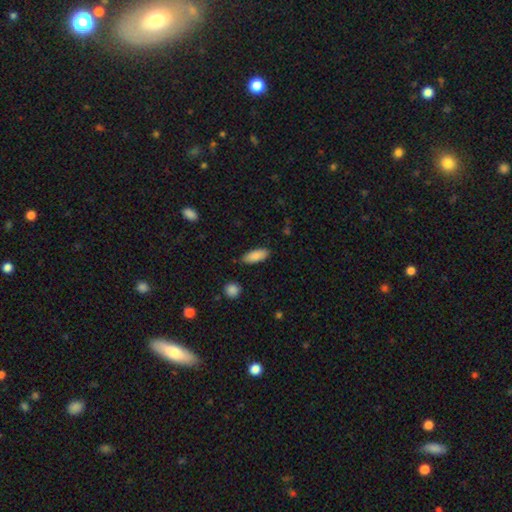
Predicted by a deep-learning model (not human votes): smooth-or-featured: smooth: 87% | star or artifact: 7% | featured or disk: 6%
  how-rounded: in between: 79% | cigar-shaped: 19% | round: 2%
  merging: none: 85% | minor disturbance: 11% | major disturbance: 2% | merger: 2%